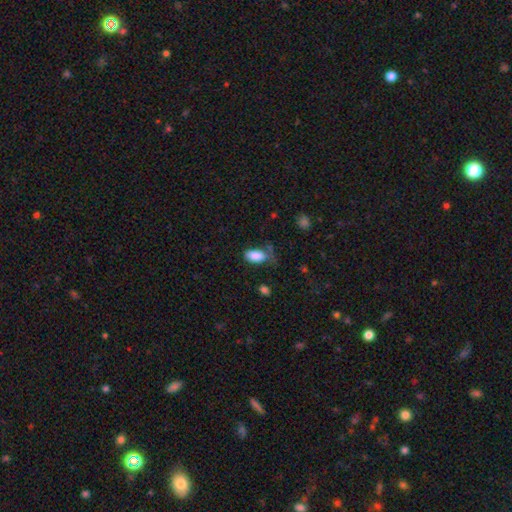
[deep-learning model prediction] The model was most divided on "merging": none: 55%, minor disturbance: 29%, major disturbance: 12%, merger: 4%. More confident: how rounded — in between (93%); smooth or featured — smooth (86%).